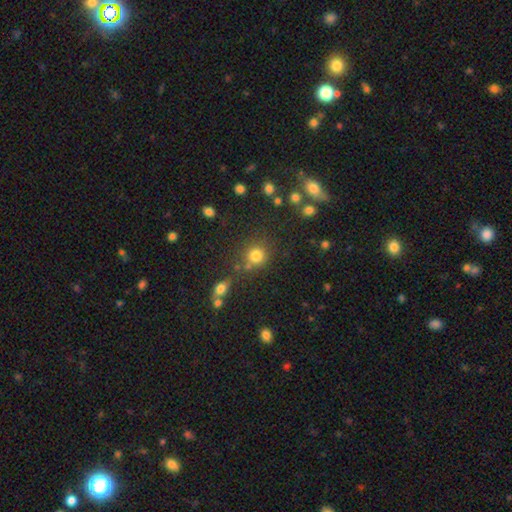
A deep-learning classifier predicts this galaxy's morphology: This is likely a smooth galaxy (78%). How rounded: clearly round (89%). Merging: likely none (69%).